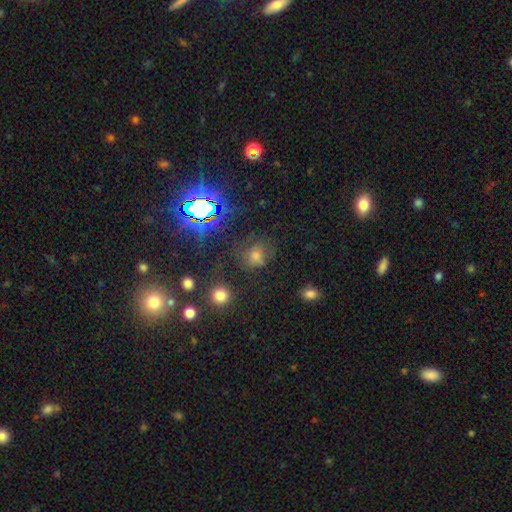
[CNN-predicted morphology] The model was most divided on "smooth or featured": smooth: 45%, star or artifact: 42%, featured or disk: 13%. More confident: merging — none (70%).